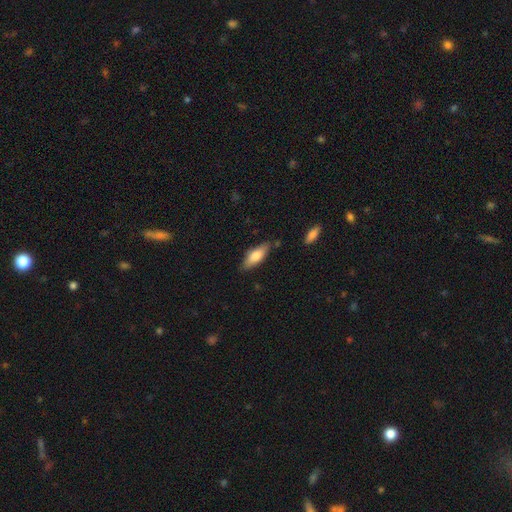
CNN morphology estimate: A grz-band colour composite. It shows a smooth galaxy with no disk features (71%) that is in between round and cigar-shaped (61%). Merging: none (81%).